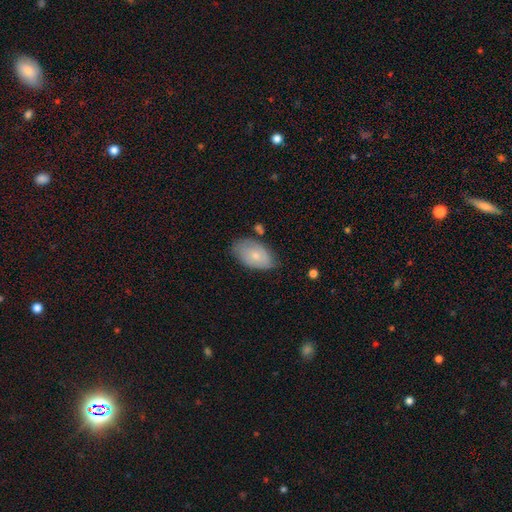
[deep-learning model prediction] smooth_or_featured: smooth (p=0.71) [alt: featured or disk p=0.23]
how_rounded: in between (p=0.93) [alt: round p=0.06]
merging: none (p=0.63) [alt: minor disturbance p=0.28]